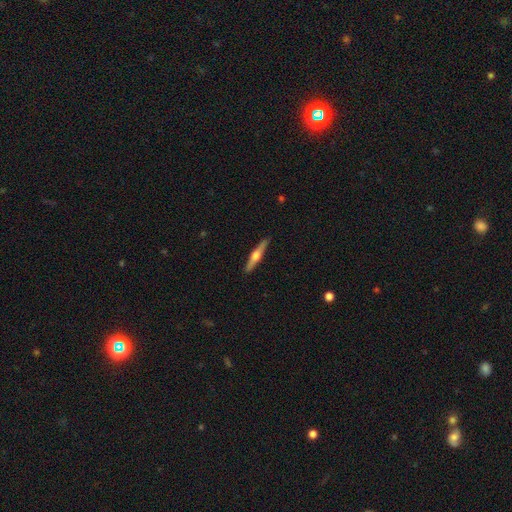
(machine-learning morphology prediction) A featured or disk galaxy (67%) viewed edge-on (98%) with a rounded central bulge (93%).

Vote fractions:
- Smooth or featured? featured or disk: 67% / smooth: 27% / star or artifact: 5%
- Edge-on disk? yes: 98% / no: 2%
- Edge-on bulge? rounded: 93% / boxy: 4% / none: 3%
- Merging? none: 91% / minor disturbance: 7% / major disturbance: 1% / merger: 1%